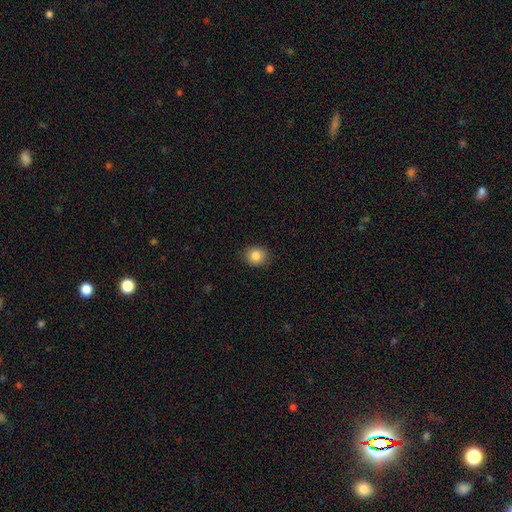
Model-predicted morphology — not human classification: Q: Smooth or featured?
A: smooth (85%); runner-up: star or artifact (10%)
Q: How rounded?
A: round (78%); runner-up: in between (22%)
Q: Merging?
A: none (88%); runner-up: minor disturbance (8%)